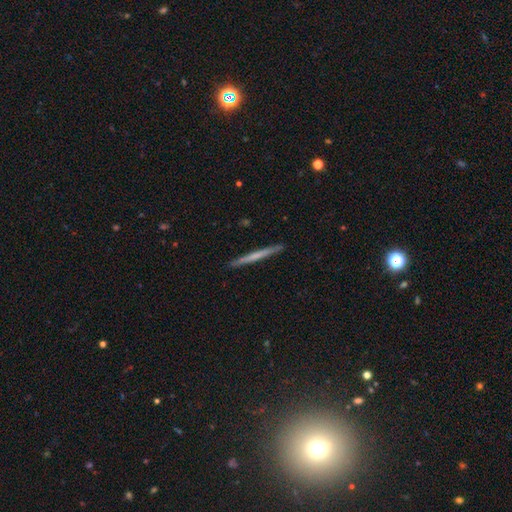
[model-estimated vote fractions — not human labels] A featured or disk galaxy (48%).

Vote fractions:
- Smooth or featured? featured or disk: 48% / smooth: 47% / star or artifact: 5%
- Merging? none: 92% / minor disturbance: 6% / major disturbance: 1% / merger: 1%